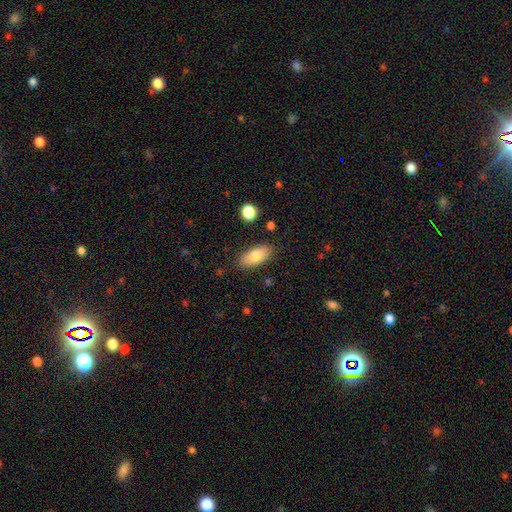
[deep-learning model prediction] Morphology: type=smooth (79%); roundness=in between (87%); merging=none (85%).